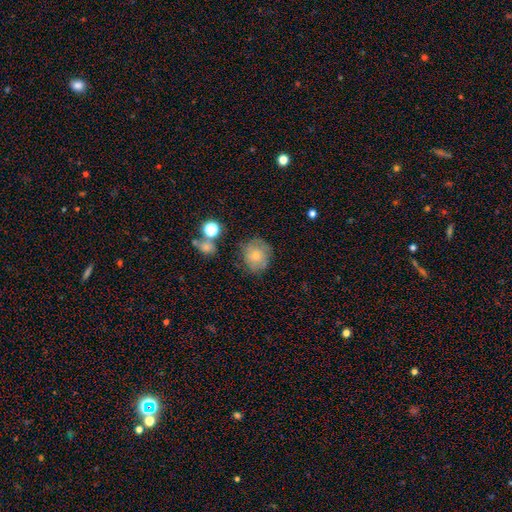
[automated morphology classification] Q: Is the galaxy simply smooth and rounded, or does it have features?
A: smooth — 65%.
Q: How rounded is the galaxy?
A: round — 84%.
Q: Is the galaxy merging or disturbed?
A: none — 65%.